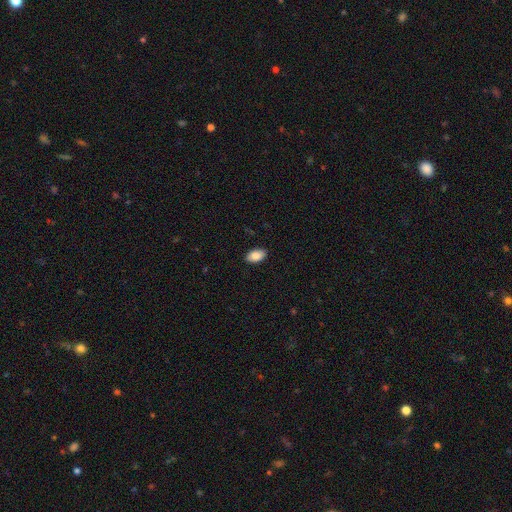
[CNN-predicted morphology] A smooth galaxy with no disk features (86%) that is in between round and cigar-shaped (94%).

Vote fractions:
- Smooth or featured? smooth: 86% / star or artifact: 7% / featured or disk: 7%
- How rounded? in between: 94% / round: 5% / cigar-shaped: 2%
- Merging? none: 89% / minor disturbance: 8% / major disturbance: 2% / merger: 1%